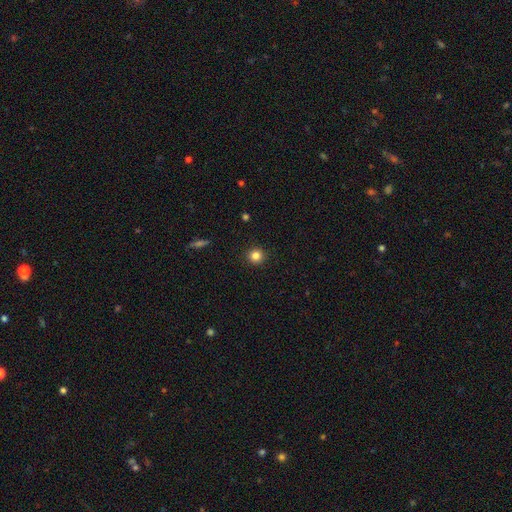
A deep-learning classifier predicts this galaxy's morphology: The model was most divided on "smooth or featured": smooth: 83%, star or artifact: 12%, featured or disk: 5%. More confident: how rounded — round (94%); merging — none (92%).